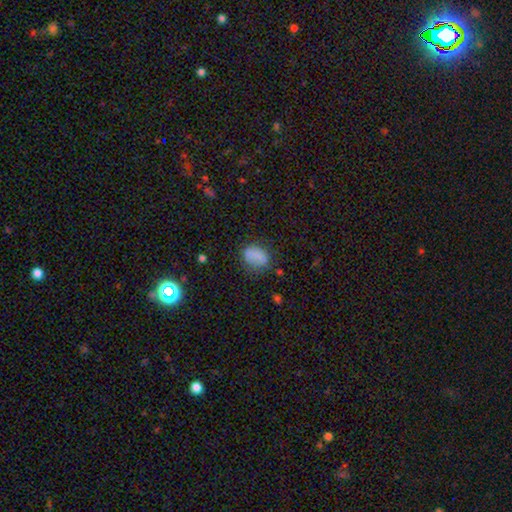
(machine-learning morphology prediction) type=smooth (83%); roundness=in between (74%); merging=none (64%).